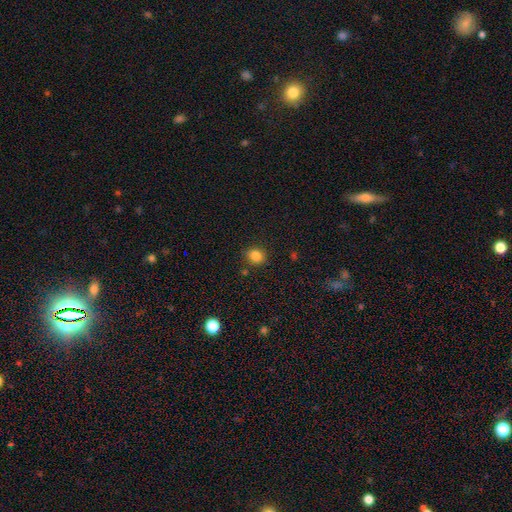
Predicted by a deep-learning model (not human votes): A smooth galaxy with no disk features (84%) that is round (76%).

Vote fractions:
- Smooth or featured? smooth: 84% / star or artifact: 11% / featured or disk: 5%
- How rounded? round: 76% / in between: 23% / cigar-shaped: 1%
- Merging? none: 85% / minor disturbance: 10% / merger: 3% / major disturbance: 3%